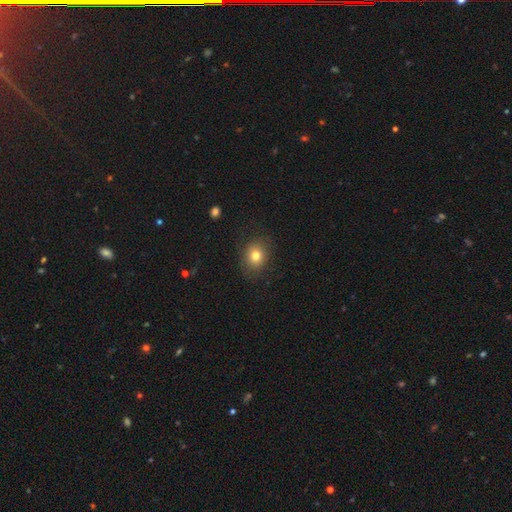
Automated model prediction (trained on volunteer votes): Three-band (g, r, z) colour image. It shows a smooth galaxy with no disk features (79%) that is round (62%). Merging: none (84%).